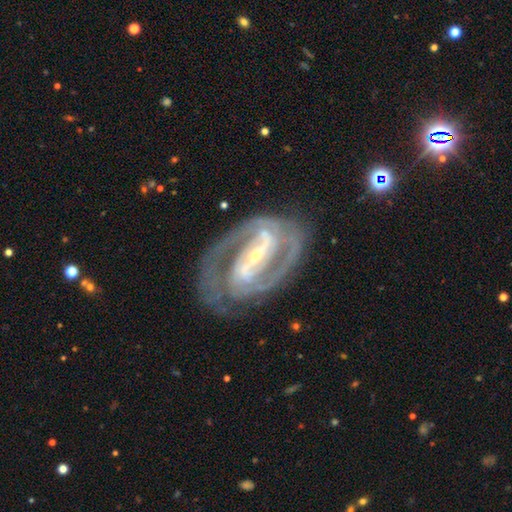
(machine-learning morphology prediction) type=featured or disk (91%); edge-on=no (96%); bar=strong (71%); spiral arms=yes (96%); winding=tight (50%); arm count=2 (77%); bulge=small (72%); merging=none (71%).